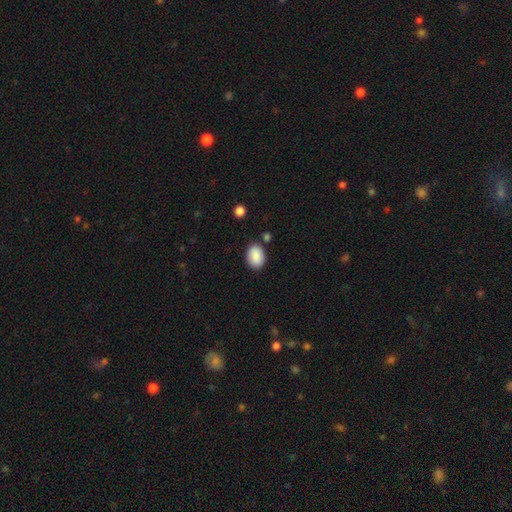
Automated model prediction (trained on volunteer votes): Smooth or featured? smooth (89%)
How rounded? in between (77%)
Merging? none (82%)